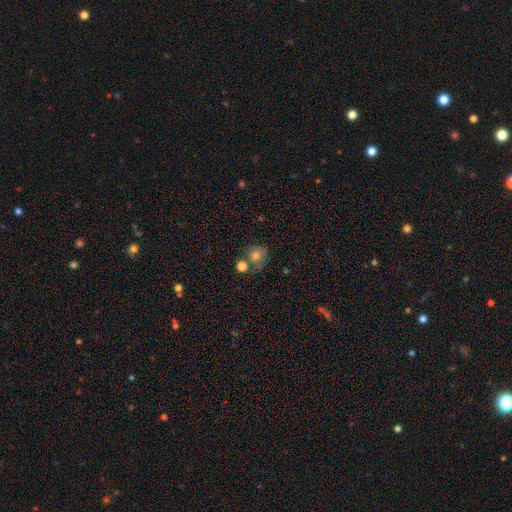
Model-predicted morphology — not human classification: Smooth or featured? Predicted: smooth (p=0.74). How rounded? Predicted: round (p=0.76). Merging? Predicted: none (p=0.49).